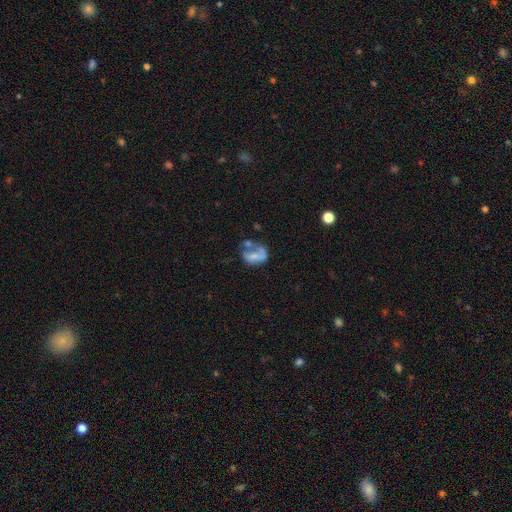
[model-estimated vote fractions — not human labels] smooth_or_featured: featured or disk (p=0.49) [alt: smooth p=0.41]
merging: major disturbance (p=0.33) [alt: none p=0.26]